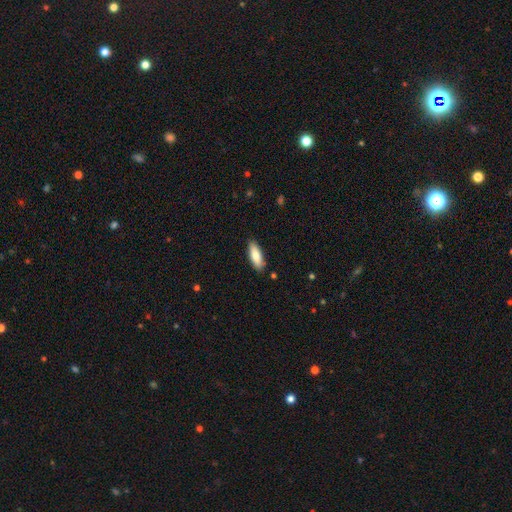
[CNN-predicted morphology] A smooth galaxy with no disk features (81%) that is in between round and cigar-shaped (67%).

Vote fractions:
- Smooth or featured? smooth: 81% / featured or disk: 13% / star or artifact: 6%
- How rounded? in between: 67% / cigar-shaped: 31% / round: 2%
- Merging? none: 87% / minor disturbance: 9% / major disturbance: 2% / merger: 1%